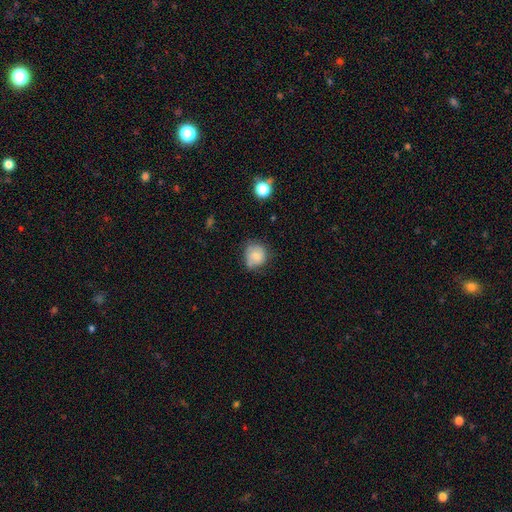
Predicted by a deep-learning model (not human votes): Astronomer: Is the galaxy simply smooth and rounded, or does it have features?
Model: smooth — 69%.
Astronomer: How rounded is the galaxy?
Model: round — 74%.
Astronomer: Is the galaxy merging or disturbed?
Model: none — 52% (runner-up: minor disturbance, 34%).